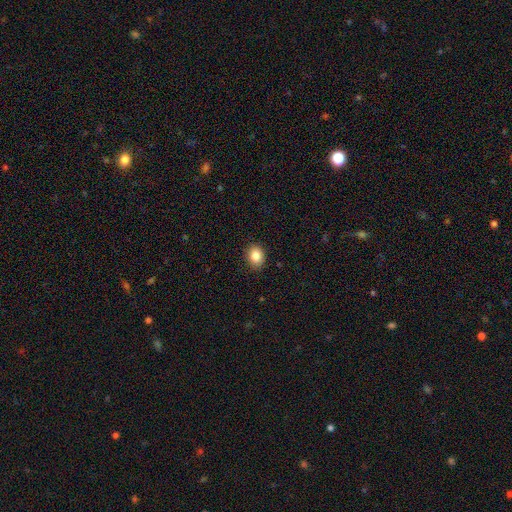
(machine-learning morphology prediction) Smooth or featured: smooth — 87% (star or artifact — 9%)
How rounded: in between — 52% (round — 47%)
Merging: none — 88% (minor disturbance — 9%)